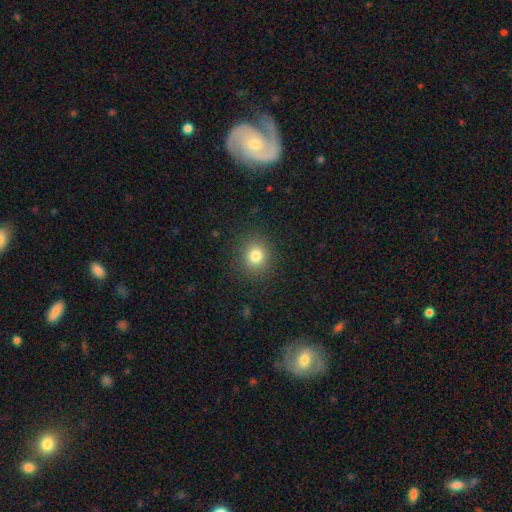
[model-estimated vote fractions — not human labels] A smooth galaxy with no disk features (81%) that is round (82%).

Vote fractions:
- Smooth or featured? smooth: 81% / star or artifact: 12% / featured or disk: 7%
- How rounded? round: 82% / in between: 17% / cigar-shaped: 1%
- Merging? none: 89% / minor disturbance: 7% / major disturbance: 3% / merger: 1%